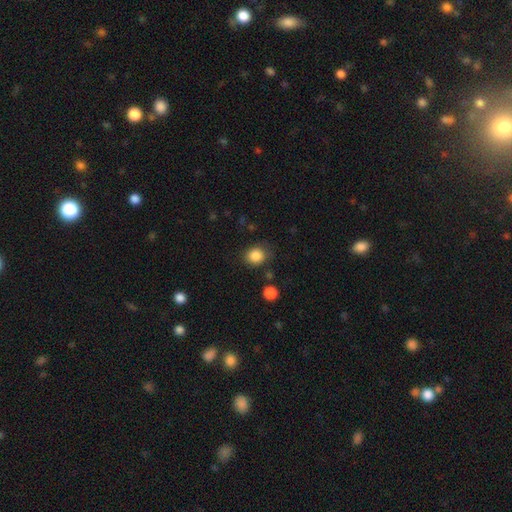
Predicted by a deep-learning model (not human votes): This is clearly a smooth galaxy (86%). How rounded: likely round (69%). Merging: likely none (78%).